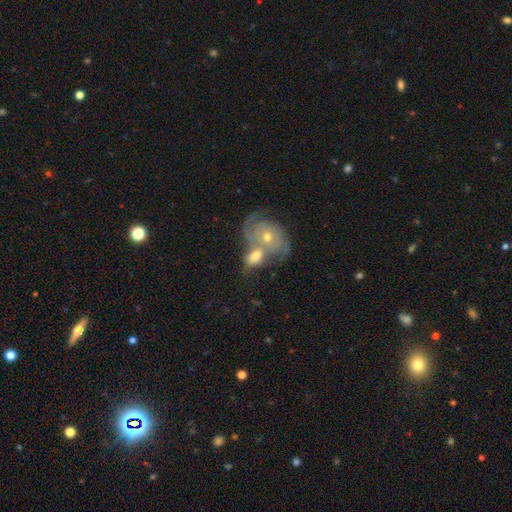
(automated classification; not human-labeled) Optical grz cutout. It shows a featured or disk galaxy (60%) with no bar (79%), spiral arms (79%) and a moderate central bulge (54%). Merging: merger (61%).